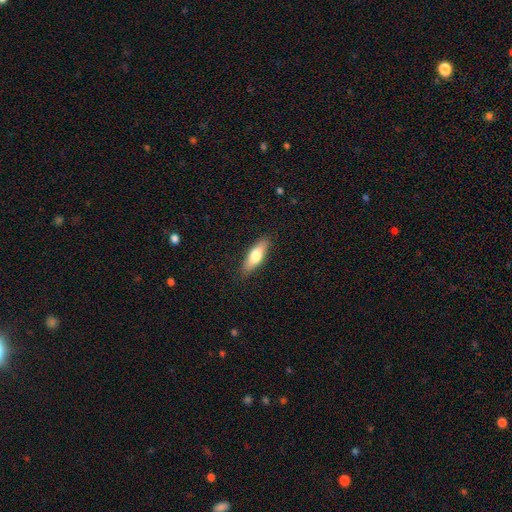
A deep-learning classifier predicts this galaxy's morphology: smooth 69%, featured or disk 25%, star or artifact 6%. Down the decision tree: how rounded — in between (55%); merging — none (87%).